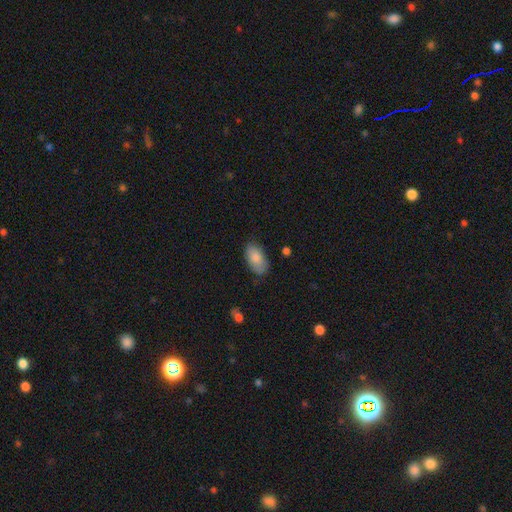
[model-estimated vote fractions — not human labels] Q: Smooth or featured?
A: smooth (75%); runner-up: featured or disk (14%)
Q: How rounded?
A: in between (93%); runner-up: round (4%)
Q: Merging?
A: none (79%); runner-up: minor disturbance (16%)